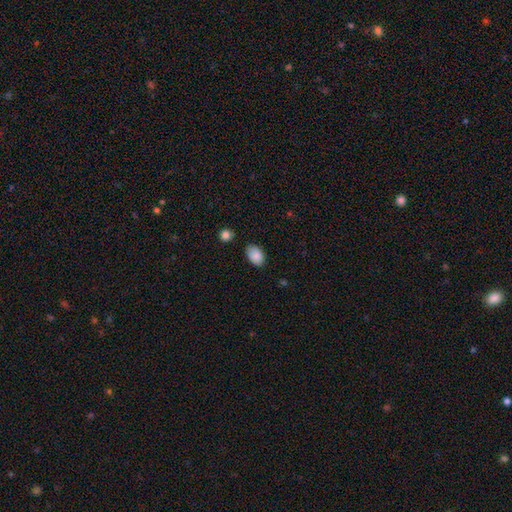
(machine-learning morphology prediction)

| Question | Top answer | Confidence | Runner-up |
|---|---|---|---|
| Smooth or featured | smooth | 87% | star or artifact (7%) |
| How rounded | in between | 89% | round (10%) |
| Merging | none | 78% | minor disturbance (17%) |